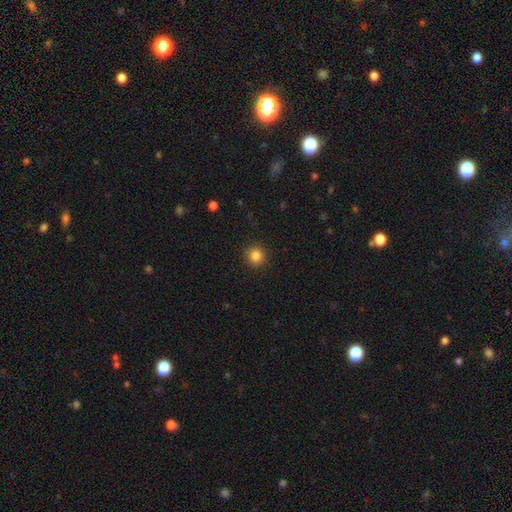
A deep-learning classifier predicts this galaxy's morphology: This appears to be a smooth galaxy with no disk features (84%) that is round (93%). Merging: none (92%).